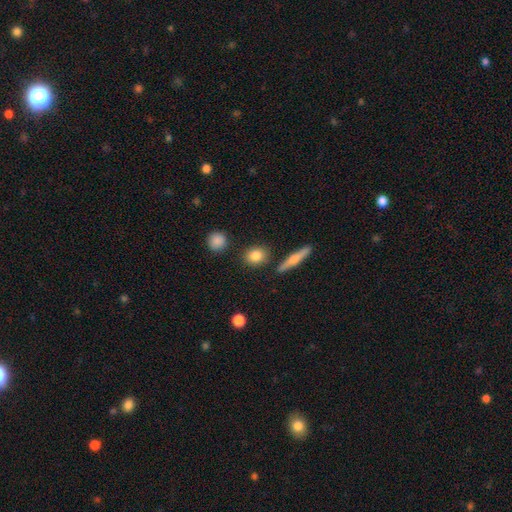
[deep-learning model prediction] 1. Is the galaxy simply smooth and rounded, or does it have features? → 84% smooth, 8% star or artifact, 8% featured or disk.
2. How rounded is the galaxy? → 64% round, 32% in between, 4% cigar-shaped.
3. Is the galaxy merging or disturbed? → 85% none, 8% minor disturbance, 4% merger, 3% major disturbance.